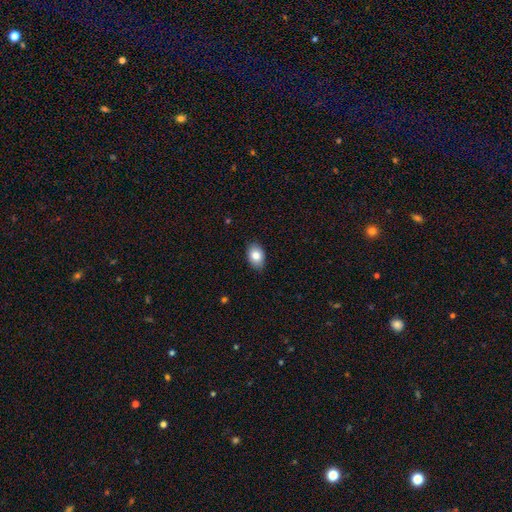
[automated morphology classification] This is clearly a smooth galaxy (82%). How rounded: clearly in between (81%). Merging: clearly none (84%).